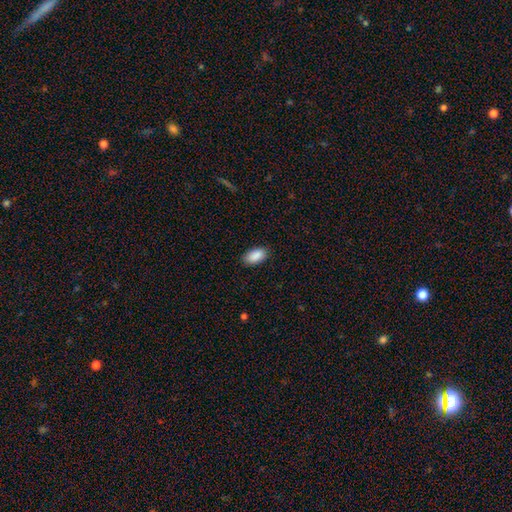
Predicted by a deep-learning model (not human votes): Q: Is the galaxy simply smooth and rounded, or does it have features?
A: smooth — 90%.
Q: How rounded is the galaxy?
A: in between — 94%.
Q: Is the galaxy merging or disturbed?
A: none — 87%.